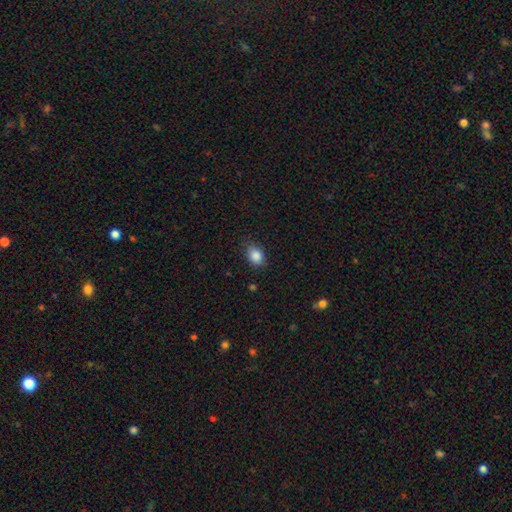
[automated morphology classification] A smooth galaxy with no disk features (87%) that is in between round and cigar-shaped (65%). Merging: none (79%).